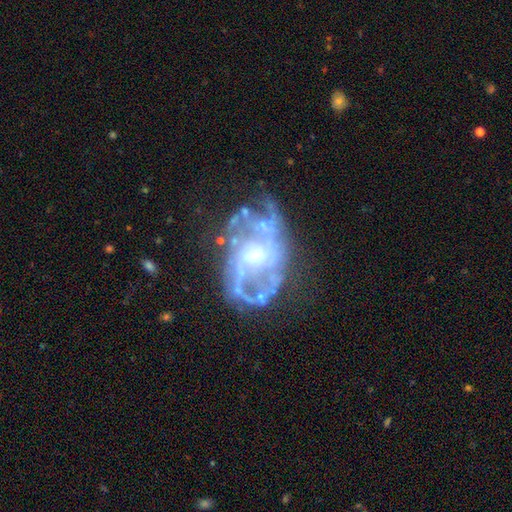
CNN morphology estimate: Smooth or featured? Predicted: featured or disk (p=0.86). Edge-on disk? Predicted: no (p=0.97). Bar? Predicted: no (p=0.44). Spiral arms? Predicted: yes (p=0.85). Spiral winding? Predicted: medium (p=0.45). Spiral arm count? Predicted: 2 (p=0.44). Bulge size? Predicted: moderate (p=0.52). Merging? Predicted: none (p=0.55).